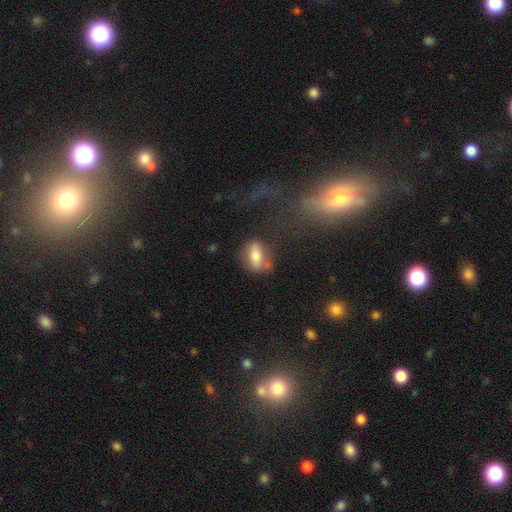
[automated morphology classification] A smooth galaxy with no disk features (63%) that is in between round and cigar-shaped (74%). Merging: none (62%).